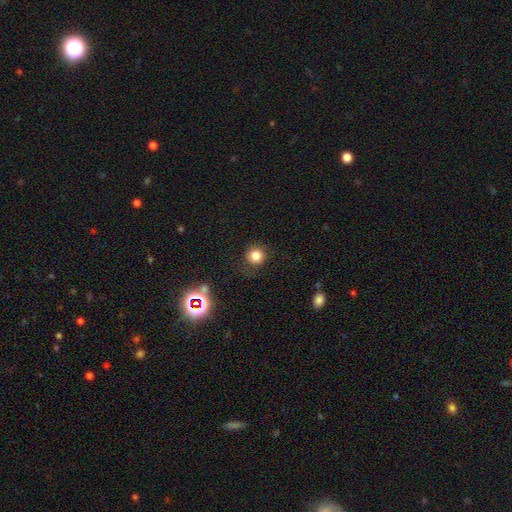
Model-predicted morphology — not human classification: smooth_or_featured: smooth (p=0.80) [alt: star or artifact p=0.14]
how_rounded: round (p=0.92) [alt: in between p=0.07]
merging: none (p=0.83) [alt: minor disturbance p=0.11]